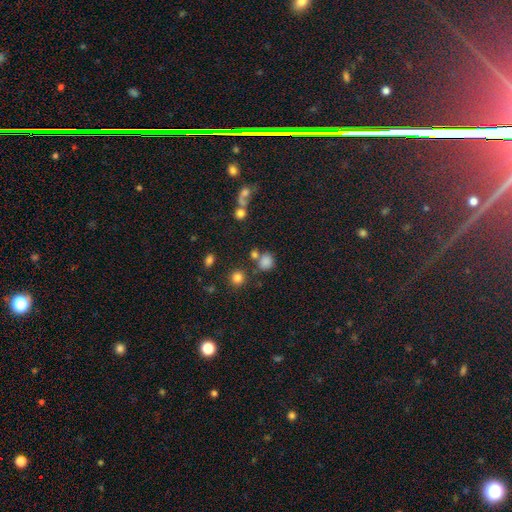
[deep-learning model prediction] A smooth galaxy with no disk features (70%) that is round (83%).

Vote fractions:
- Smooth or featured? smooth: 70% / star or artifact: 23% / featured or disk: 7%
- How rounded? round: 83% / in between: 16% / cigar-shaped: 1%
- Merging? none: 68% / merger: 17% / minor disturbance: 10% / major disturbance: 5%